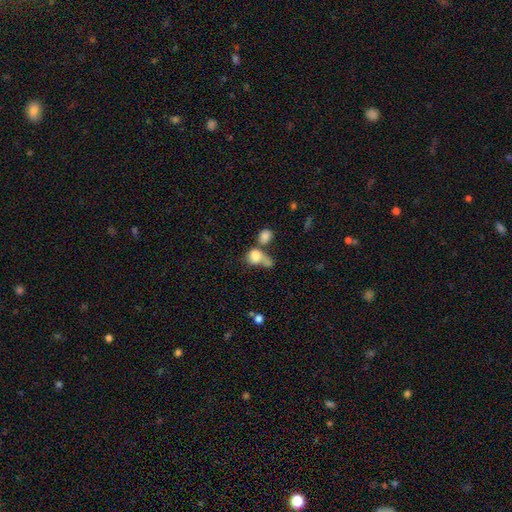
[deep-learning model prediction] Smooth or featured?
  - smooth: 71% *
  - featured or disk: 19%
  - star or artifact: 10%
How rounded?
  - in between: 57% *
  - round: 40%
  - cigar-shaped: 3%
Merging?
  - merger: 52% *
  - major disturbance: 20%
  - none: 17%
  - minor disturbance: 11%